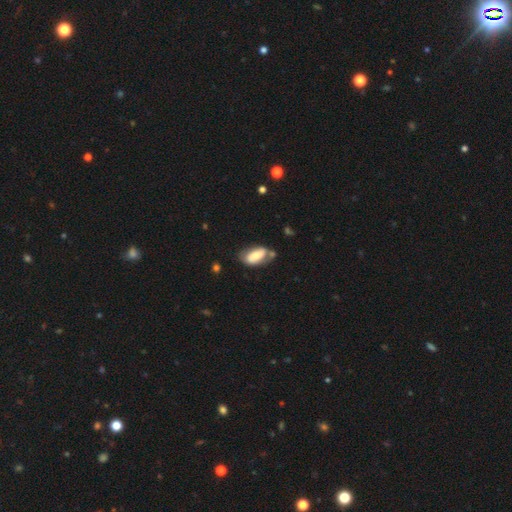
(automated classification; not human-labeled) Overall: smooth (61%; featured or disk 32%). How rounded: in between (91%). Merging: none (50%; minor disturbance 29%).